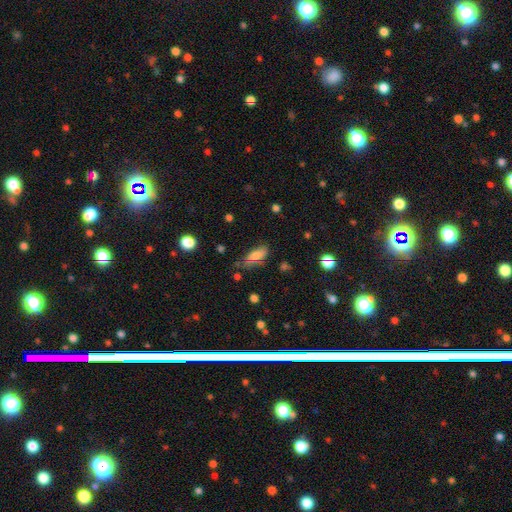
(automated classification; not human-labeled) A smooth galaxy with no disk features (73%) that is in between round and cigar-shaped (77%).

Vote fractions:
- Smooth or featured? smooth: 73% / featured or disk: 17% / star or artifact: 10%
- How rounded? in between: 77% / cigar-shaped: 19% / round: 3%
- Merging? none: 55% / minor disturbance: 29% / major disturbance: 12% / merger: 4%